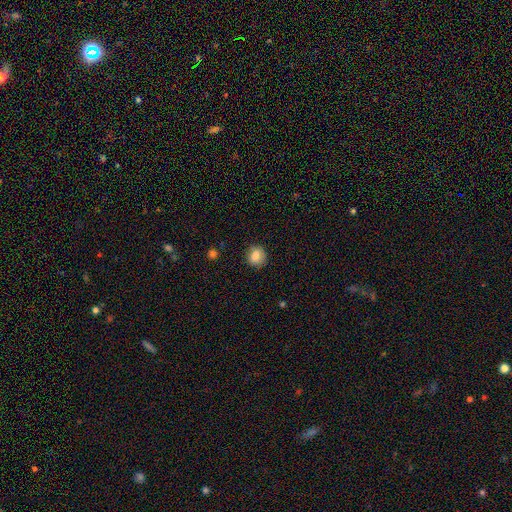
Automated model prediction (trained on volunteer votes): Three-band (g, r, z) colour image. It shows a smooth galaxy with no disk features (83%) that is round (81%). Merging: none (86%).